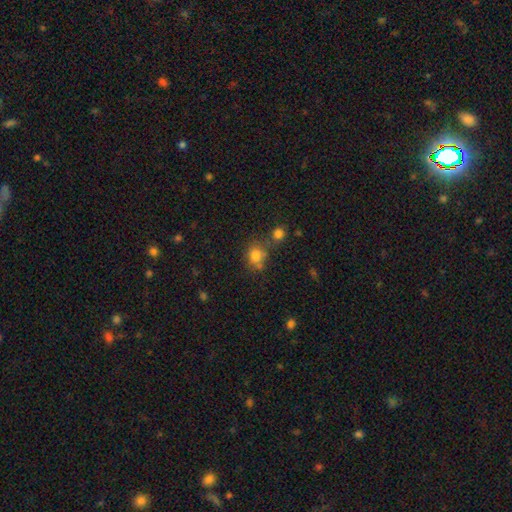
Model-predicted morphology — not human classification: A smooth galaxy with no disk features (79%) that is round (73%).

Vote fractions:
- Smooth or featured? smooth: 79% / star or artifact: 13% / featured or disk: 8%
- How rounded? round: 73% / in between: 26% / cigar-shaped: 1%
- Merging? none: 59% / merger: 21% / minor disturbance: 15% / major disturbance: 6%